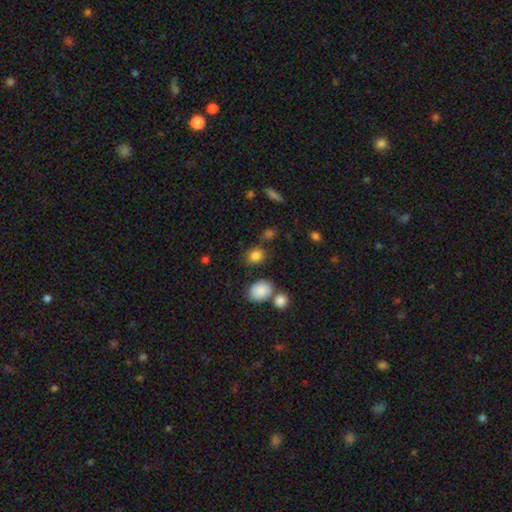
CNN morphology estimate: smooth_or_featured: smooth (p=0.83) [alt: star or artifact p=0.11]
how_rounded: round (p=0.60) [alt: in between p=0.39]
merging: none (p=0.74) [alt: minor disturbance p=0.13]